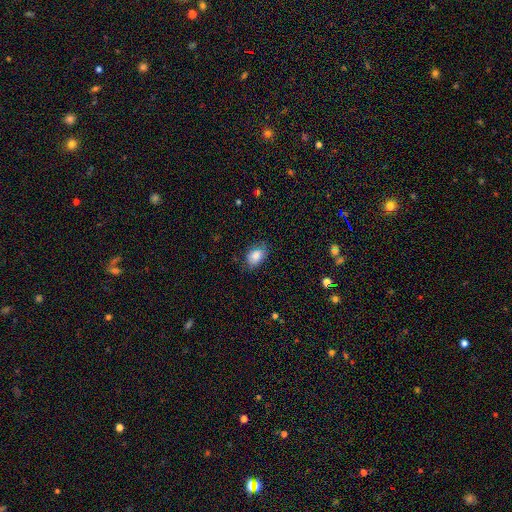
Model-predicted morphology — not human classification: The model was most divided on "merging": none: 71%, minor disturbance: 22%, major disturbance: 5%, merger: 1%. More confident: how rounded — in between (83%); smooth or featured — smooth (80%).